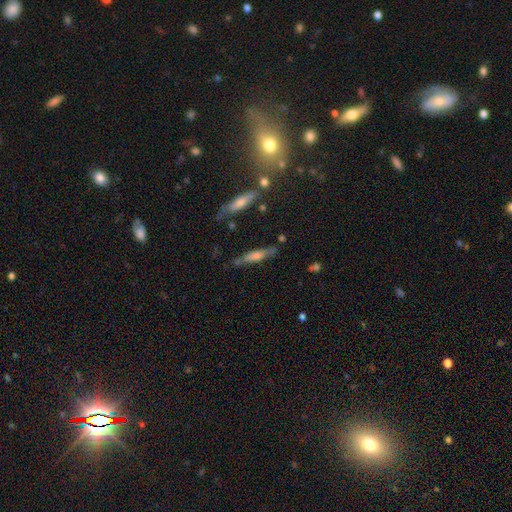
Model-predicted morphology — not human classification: featured or disk 53%, smooth 38%, star or artifact 8%. Down the decision tree: edge-on disk — yes (90%); merging — none (76%).